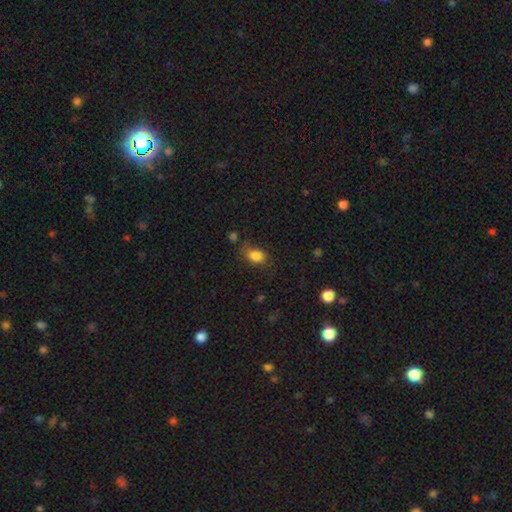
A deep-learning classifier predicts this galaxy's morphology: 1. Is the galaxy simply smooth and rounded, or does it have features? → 84% smooth, 10% star or artifact, 6% featured or disk.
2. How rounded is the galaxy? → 75% in between, 23% round, 2% cigar-shaped.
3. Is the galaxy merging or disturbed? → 66% none, 23% minor disturbance, 8% major disturbance, 3% merger.